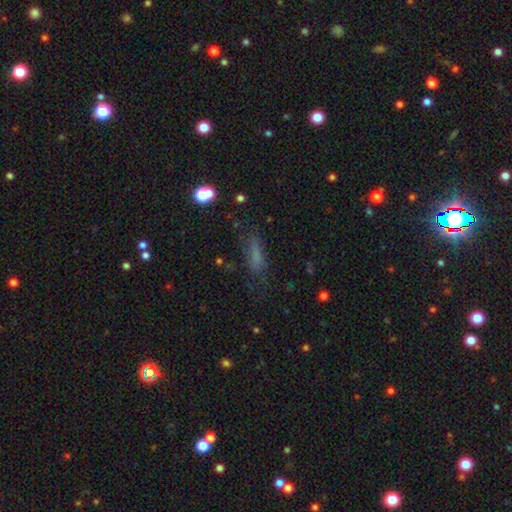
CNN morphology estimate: Overall: smooth (64%). How rounded: cigar-shaped (56%; in between 40%). Merging: none (61%; minor disturbance 23%).